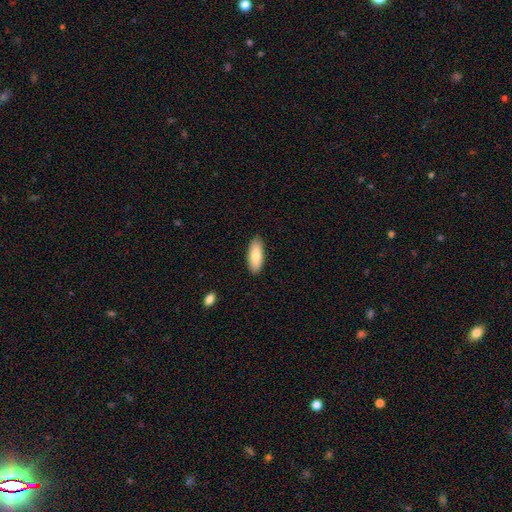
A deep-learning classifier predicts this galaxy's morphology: This is clearly a smooth galaxy (81%). How rounded: likely in between (77%). Merging: clearly none (89%).